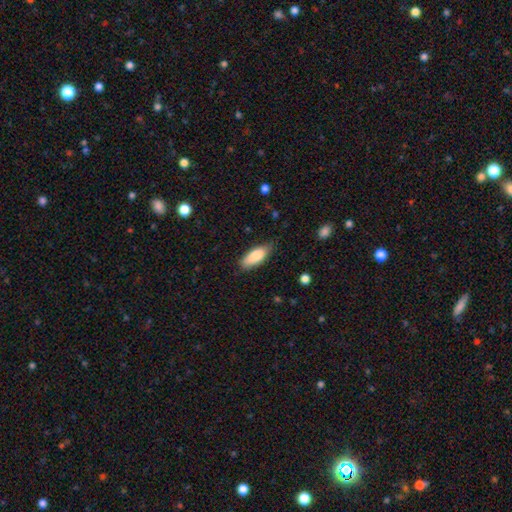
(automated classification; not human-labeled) smooth_or_featured: smooth (p=0.84) [alt: featured or disk p=0.10]
how_rounded: in between (p=0.77) [alt: cigar-shaped p=0.21]
merging: none (p=0.75) [alt: minor disturbance p=0.21]